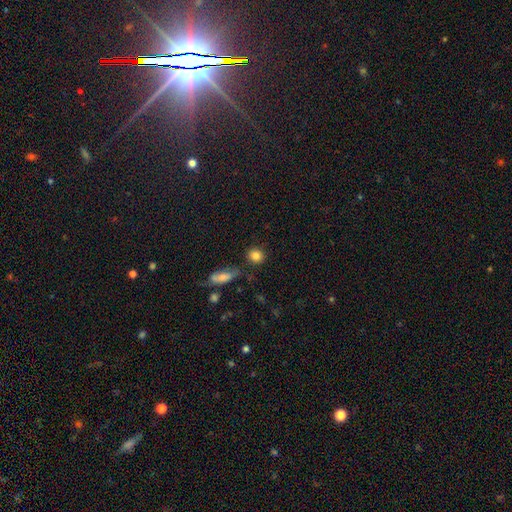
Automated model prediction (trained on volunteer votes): Overall: smooth (84%). How rounded: round (83%). Merging: none (82%).